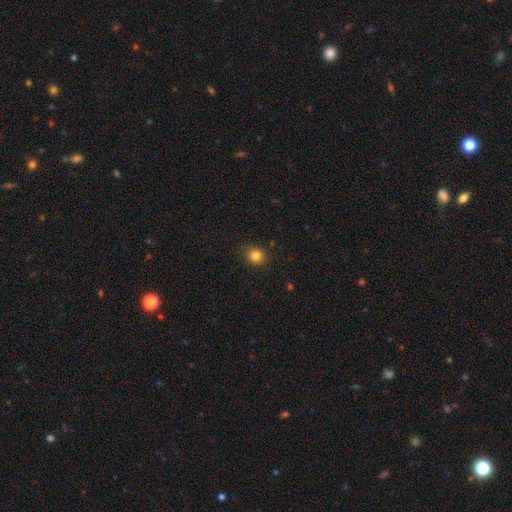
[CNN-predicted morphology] smooth-or-featured: smooth: 83% | star or artifact: 12% | featured or disk: 5%
  how-rounded: round: 84% | in between: 15% | cigar-shaped: 1%
  merging: none: 86% | minor disturbance: 10% | major disturbance: 2% | merger: 1%